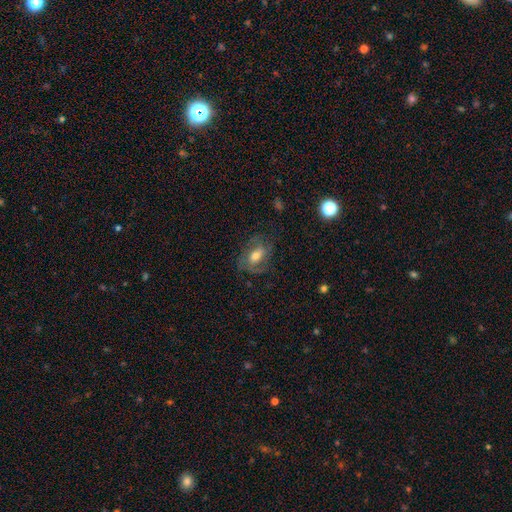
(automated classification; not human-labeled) Smooth or featured? Predicted: featured or disk (p=0.53). Edge-on disk? Predicted: no (p=0.93). Merging? Predicted: none (p=0.61).